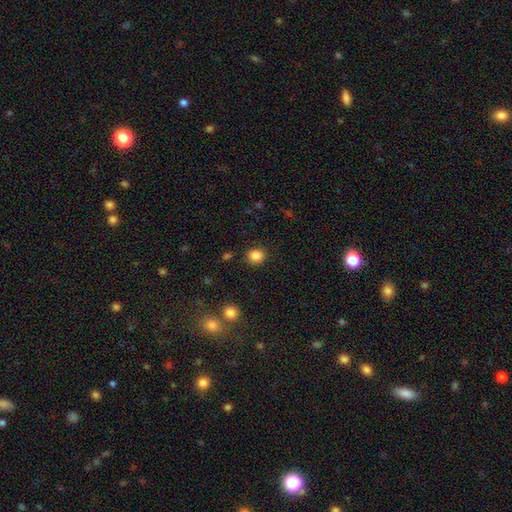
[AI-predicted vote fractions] smooth_or_featured: smooth (p=0.85) [alt: star or artifact p=0.11]
how_rounded: round (p=0.79) [alt: in between p=0.20]
merging: none (p=0.89) [alt: minor disturbance p=0.07]